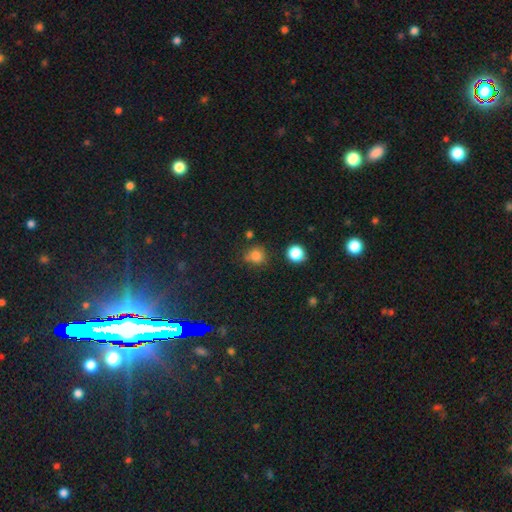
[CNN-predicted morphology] This appears to be a smooth galaxy with no disk features (78%) that is round (81%). Merging: none (70%).